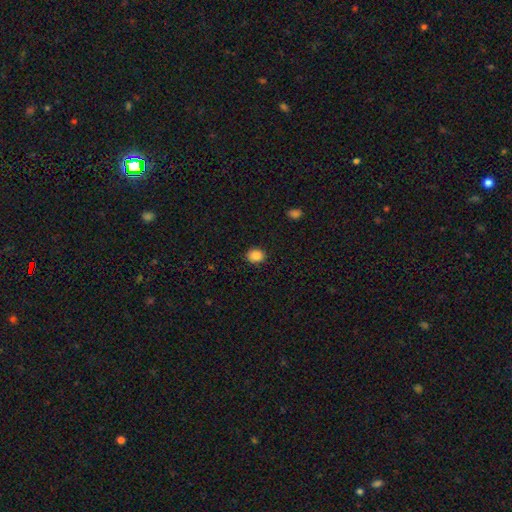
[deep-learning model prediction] Smooth or featured? Predicted: smooth (p=0.87). How rounded? Predicted: round (p=0.58). Merging? Predicted: none (p=0.90).